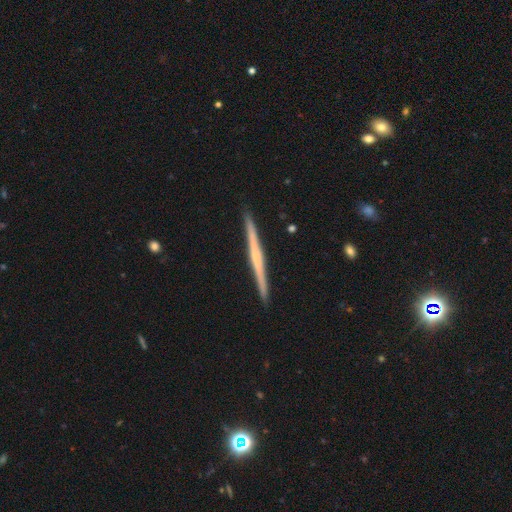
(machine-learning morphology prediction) Smooth or featured? Predicted: featured or disk (p=0.69). Edge-on disk? Predicted: yes (p=0.98). Edge-on bulge? Predicted: none (p=0.57). Merging? Predicted: none (p=0.93).